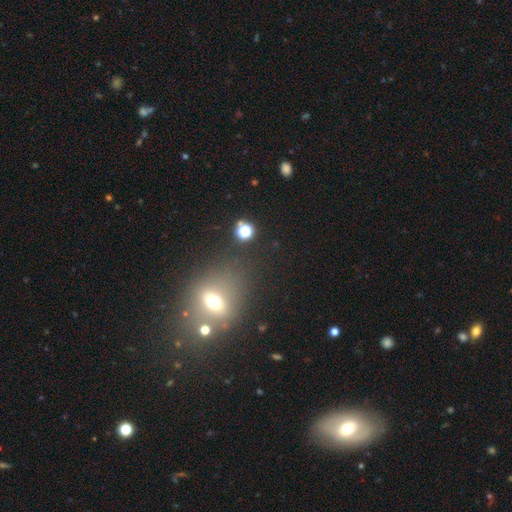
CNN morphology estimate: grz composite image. It shows a smooth galaxy with no disk features (46%). Merging: none (65%).